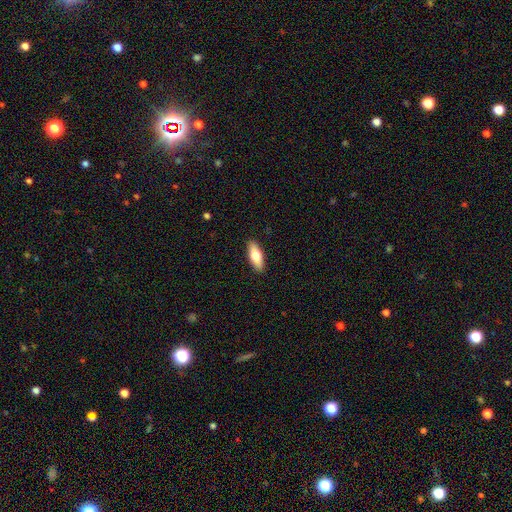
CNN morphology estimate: The model was most divided on "how rounded": in between: 63%, cigar-shaped: 34%, round: 2%. More confident: merging — none (90%); smooth or featured — smooth (69%).